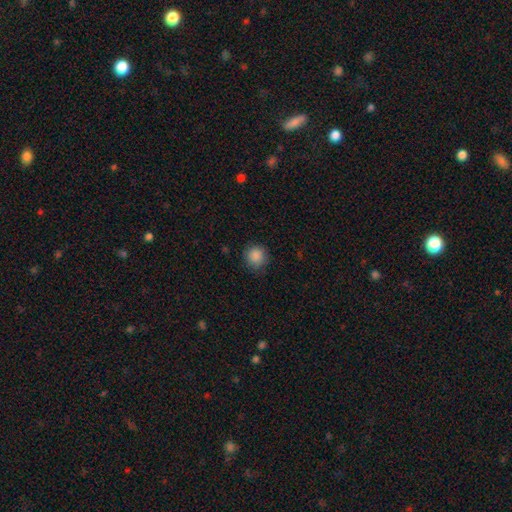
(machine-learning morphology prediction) Smooth or featured? Predicted: smooth (p=0.88). How rounded? Predicted: round (p=0.90). Merging? Predicted: none (p=0.85).